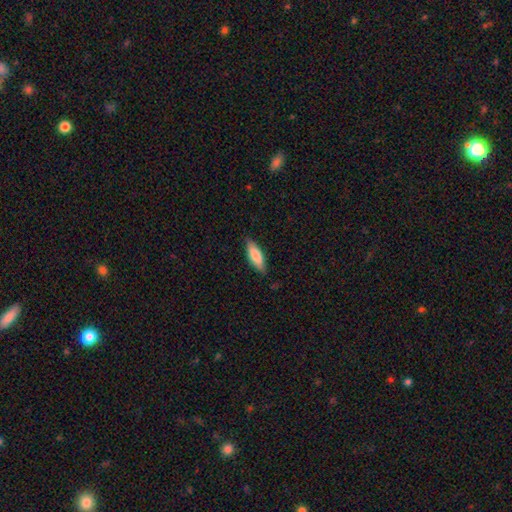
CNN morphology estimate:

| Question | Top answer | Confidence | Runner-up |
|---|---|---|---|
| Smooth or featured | smooth | 79% | featured or disk (16%) |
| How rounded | in between | 55% | cigar-shaped (43%) |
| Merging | none | 84% | minor disturbance (13%) |